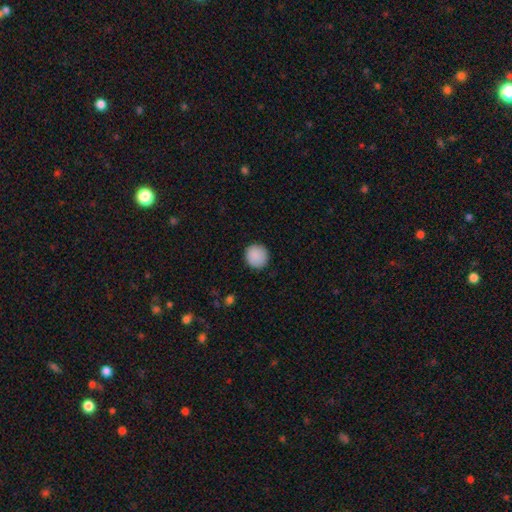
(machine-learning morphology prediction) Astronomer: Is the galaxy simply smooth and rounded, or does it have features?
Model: smooth — 90%.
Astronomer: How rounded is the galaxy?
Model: round — 93%.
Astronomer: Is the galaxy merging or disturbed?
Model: none — 91%.